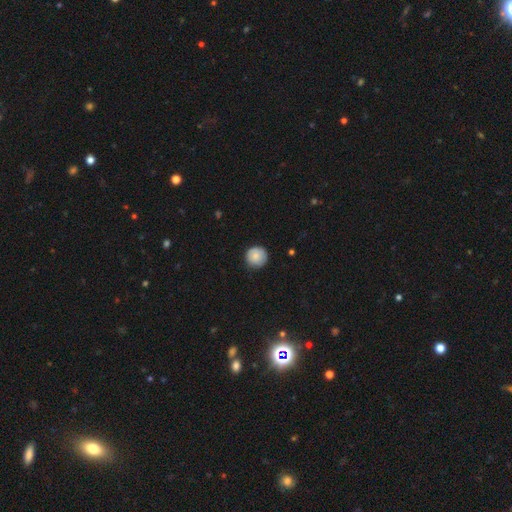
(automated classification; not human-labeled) This is clearly a smooth galaxy (83%). How rounded: clearly round (95%). Merging: clearly none (85%).